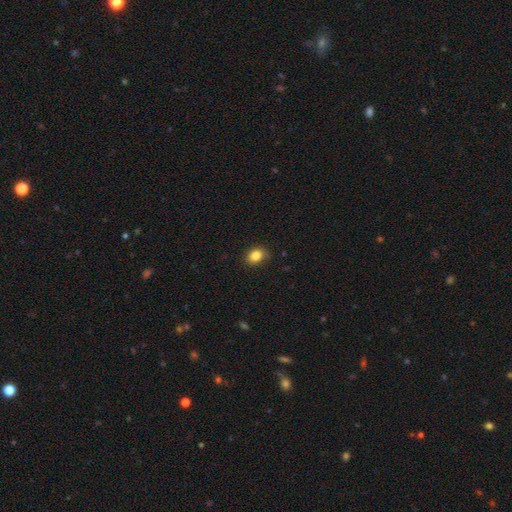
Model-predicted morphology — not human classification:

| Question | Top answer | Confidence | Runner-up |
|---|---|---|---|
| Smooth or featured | smooth | 84% | star or artifact (9%) |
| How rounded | in between | 70% | round (29%) |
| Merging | none | 80% | minor disturbance (16%) |